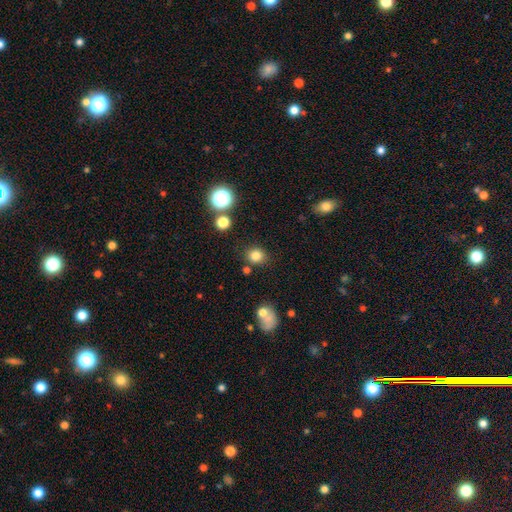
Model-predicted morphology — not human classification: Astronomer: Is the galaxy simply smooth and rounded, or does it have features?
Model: smooth — 80%.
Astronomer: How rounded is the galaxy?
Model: round — 83%.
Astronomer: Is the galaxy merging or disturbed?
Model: none — 84%.